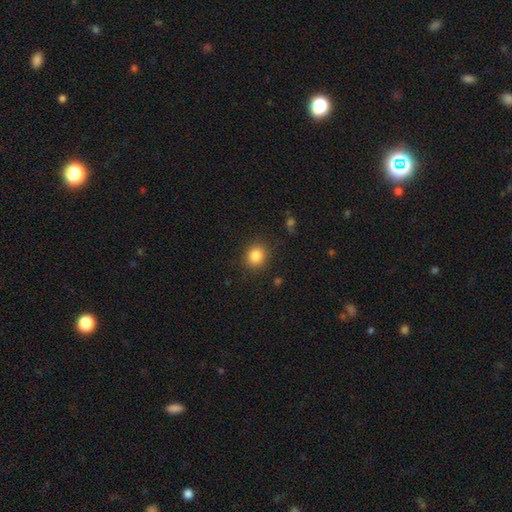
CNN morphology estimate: Smooth or featured? Predicted: smooth (p=0.84). How rounded? Predicted: round (p=0.80). Merging? Predicted: none (p=0.88).